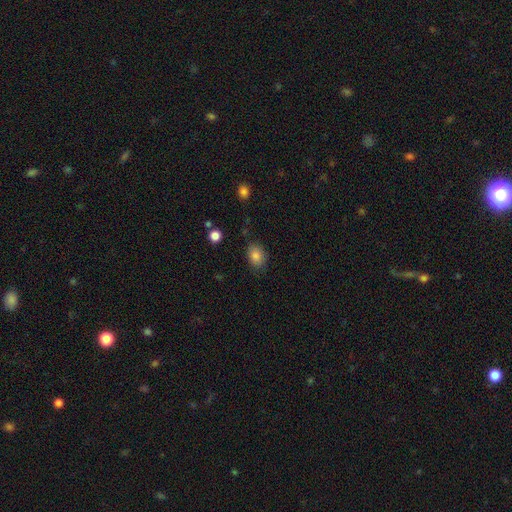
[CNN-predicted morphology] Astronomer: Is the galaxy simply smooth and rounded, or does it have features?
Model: smooth — 84%.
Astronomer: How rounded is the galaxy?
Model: in between — 72%.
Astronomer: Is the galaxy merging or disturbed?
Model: none — 81%.